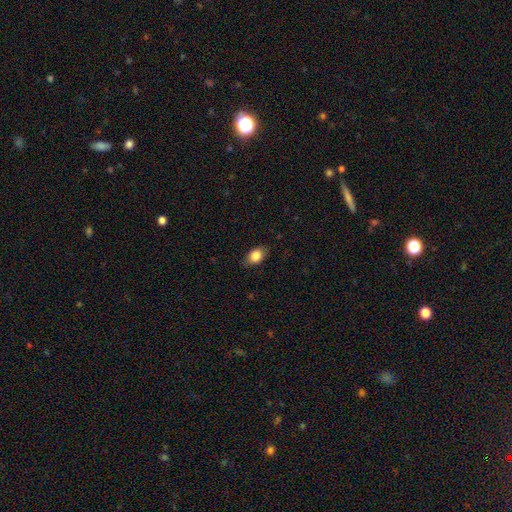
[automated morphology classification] smooth 84%, featured or disk 8%, star or artifact 8%. Down the decision tree: how rounded — in between (80%); merging — none (80%).